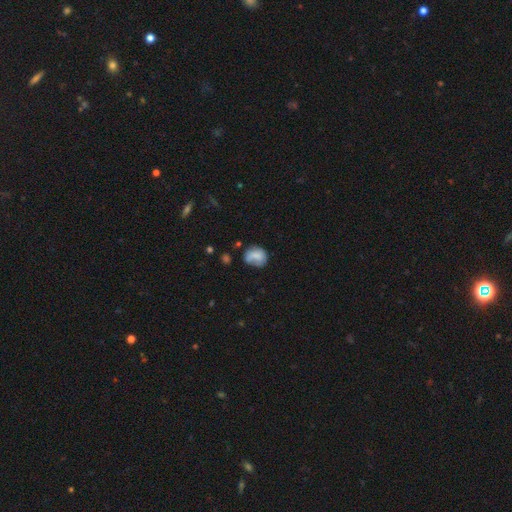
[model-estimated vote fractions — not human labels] Q: Smooth or featured?
A: smooth (68%); runner-up: featured or disk (23%)
Q: How rounded?
A: round (59%); runner-up: in between (40%)
Q: Merging?
A: none (46%); runner-up: minor disturbance (31%)